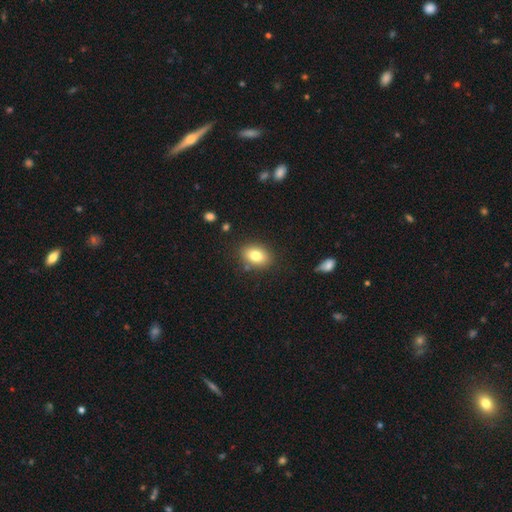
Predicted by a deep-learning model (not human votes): The model was most divided on "how rounded": in between: 75%, round: 24%, cigar-shaped: 1%. More confident: merging — none (84%); smooth or featured — smooth (81%).